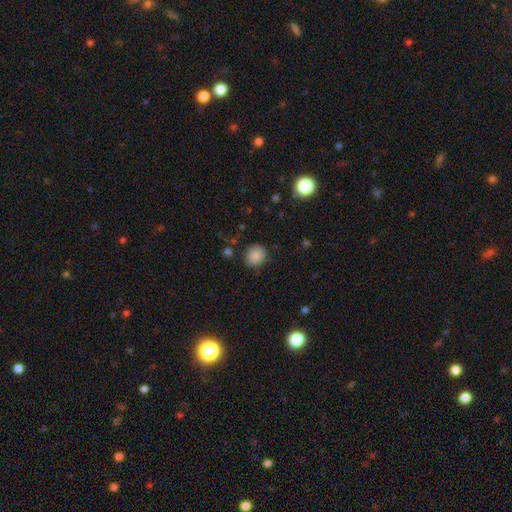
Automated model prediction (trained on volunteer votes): This is clearly a smooth galaxy (87%). How rounded: clearly round (84%). Merging: clearly none (82%).